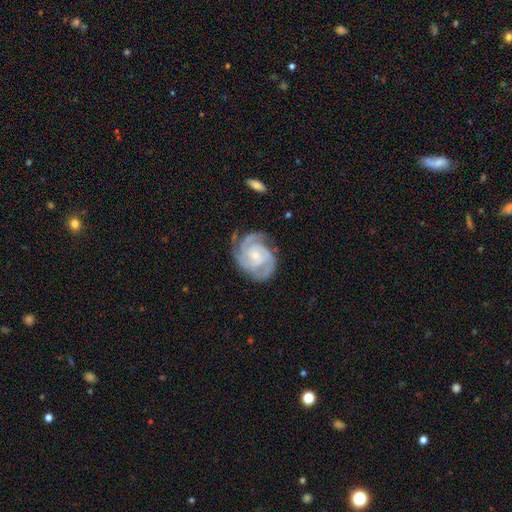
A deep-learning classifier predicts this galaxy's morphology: This is clearly a featured or disk galaxy (90%). It is clearly not viewed edge-on (98%). Bar: likely no (64%). Spiral arm pattern: clearly yes (98%). Spiral arm count: marginally 3 (42%). Spiral winding: likely tight (65%). Central bulge: likely small (64%). Merging: likely none (70%).